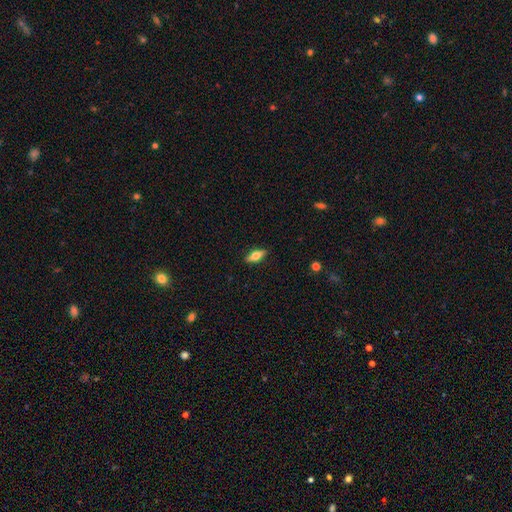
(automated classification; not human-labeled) A smooth galaxy with no disk features (53%) that is in between round and cigar-shaped (65%). Merging: none (88%).